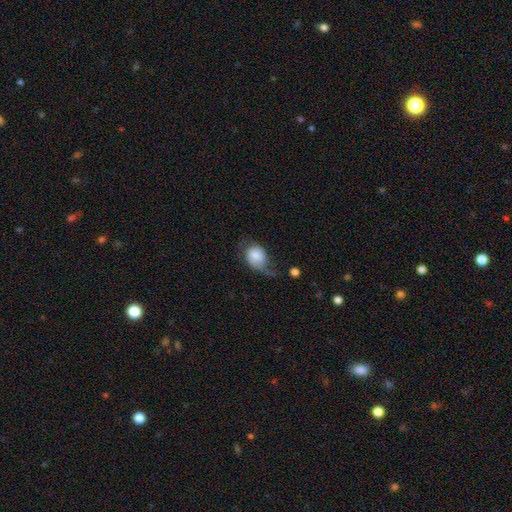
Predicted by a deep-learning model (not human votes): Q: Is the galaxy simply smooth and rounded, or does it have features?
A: smooth — 68%.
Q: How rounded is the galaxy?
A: in between — 59%.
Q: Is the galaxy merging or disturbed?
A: major disturbance — 34%.